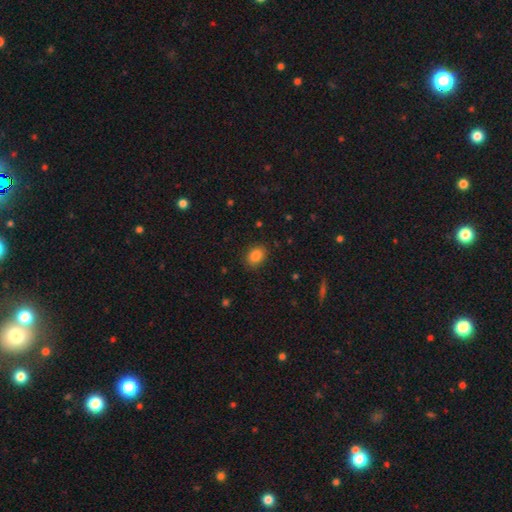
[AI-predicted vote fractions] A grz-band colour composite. It shows a smooth galaxy with no disk features (86%) that is in between round and cigar-shaped (59%). Merging: none (85%).